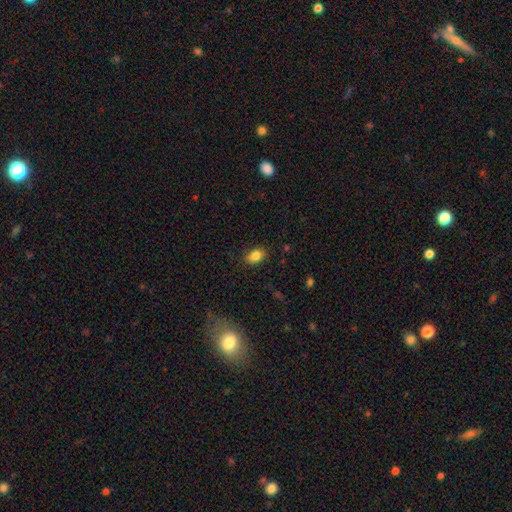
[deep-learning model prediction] The model was most divided on "how rounded": in between: 83%, round: 16%, cigar-shaped: 2%. More confident: merging — none (86%); smooth or featured — smooth (84%).